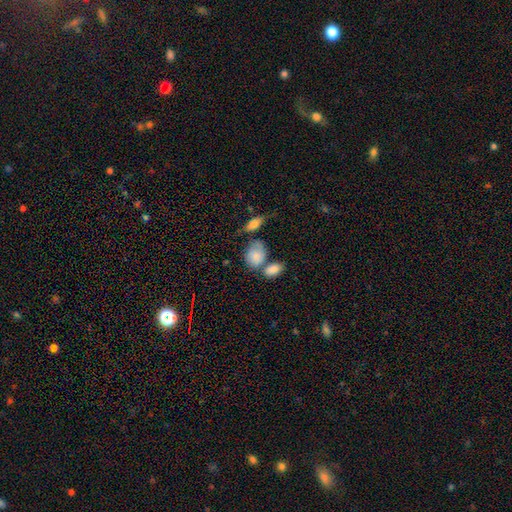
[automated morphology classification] type=smooth (81%); roundness=in between (69%); merging=none (37%).